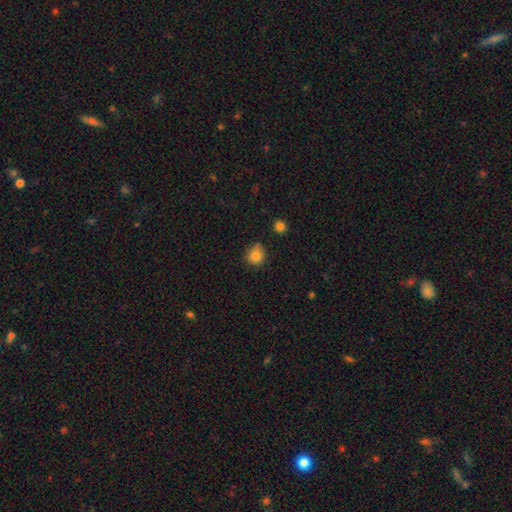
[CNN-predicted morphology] This appears to be a smooth galaxy with no disk features (80%) that is round (86%). Merging: none (66%).